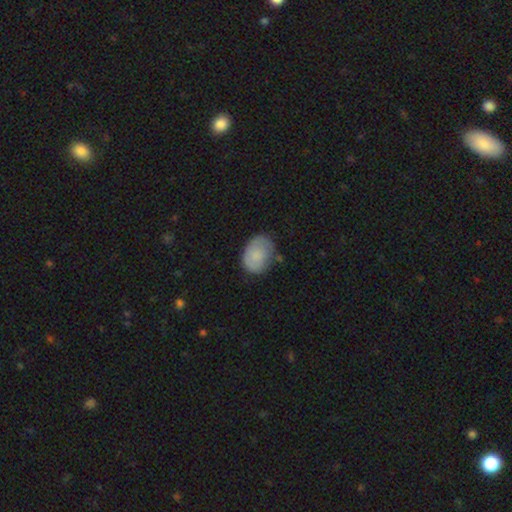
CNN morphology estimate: type=smooth (77%); roundness=in between (74%); merging=none (60%).